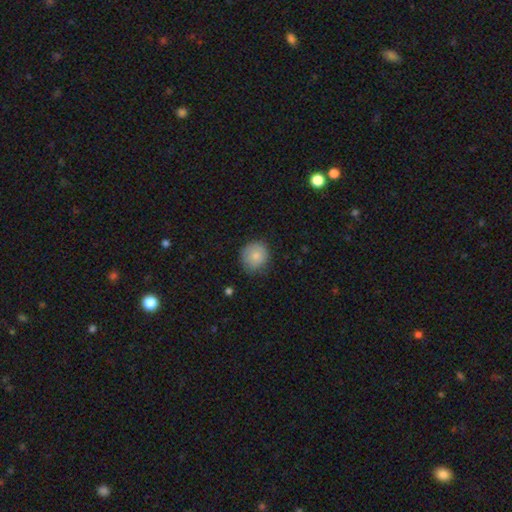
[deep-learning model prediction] smooth-or-featured: smooth: 81% | featured or disk: 11% | star or artifact: 8%
  how-rounded: round: 88% | in between: 11% | cigar-shaped: 1%
  merging: none: 73% | minor disturbance: 21% | major disturbance: 4% | merger: 1%